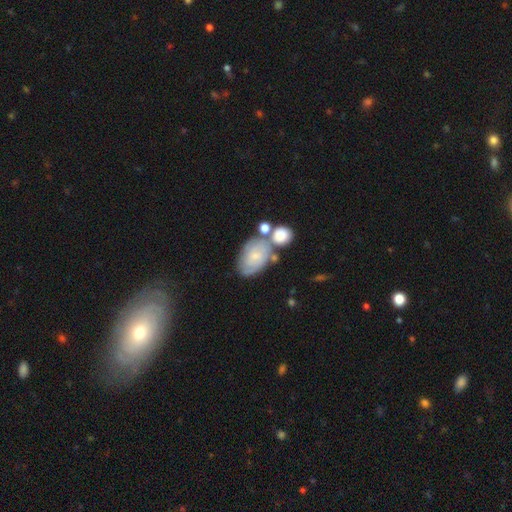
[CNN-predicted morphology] type=smooth (49%); merging=none (47%).